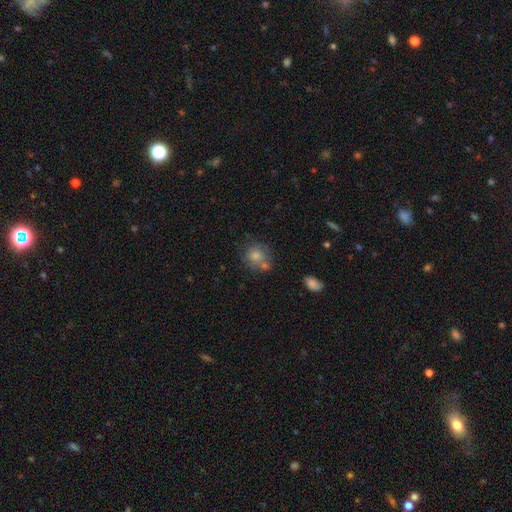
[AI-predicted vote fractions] smooth 70%, star or artifact 15%, featured or disk 15%. Down the decision tree: how rounded — round (85%); merging — none (62%).